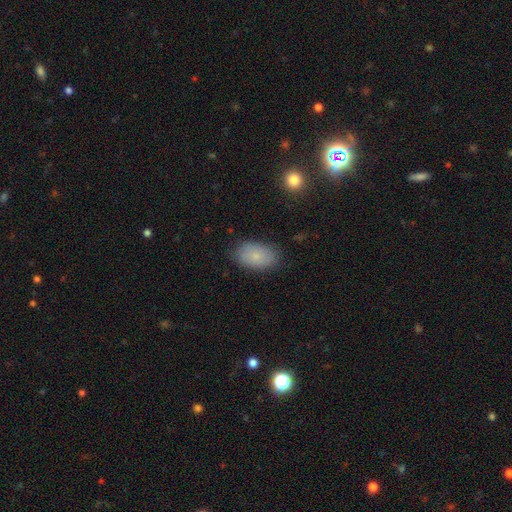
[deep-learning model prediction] Morphology: type=smooth (79%); roundness=in between (92%); merging=none (82%).